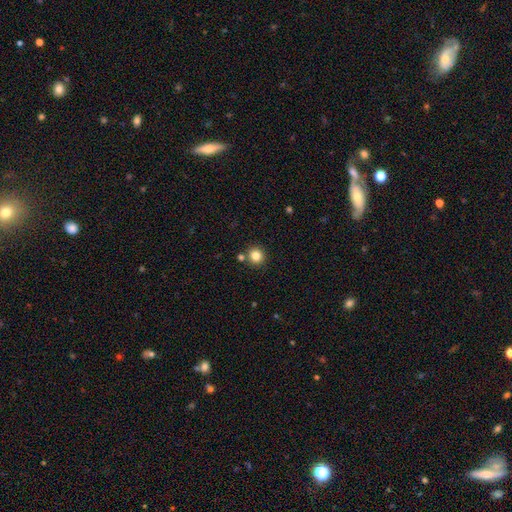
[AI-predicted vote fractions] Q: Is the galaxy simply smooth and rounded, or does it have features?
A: smooth — 83%.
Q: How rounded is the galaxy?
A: round — 93%.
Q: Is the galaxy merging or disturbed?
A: none — 83%.